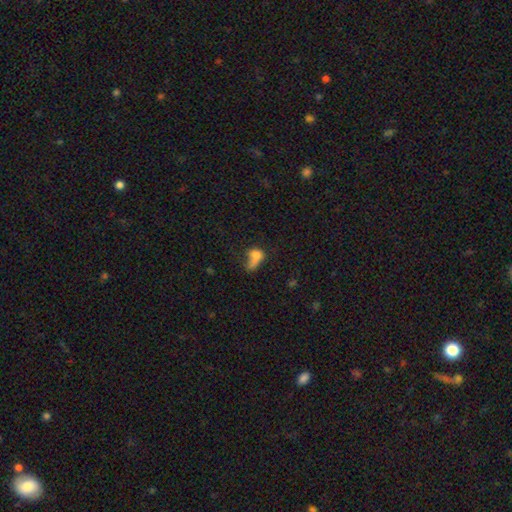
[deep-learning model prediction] Smooth or featured: smooth — 69% (featured or disk — 19%)
How rounded: in between — 65% (round — 29%)
Merging: major disturbance — 37% (merger — 26%)